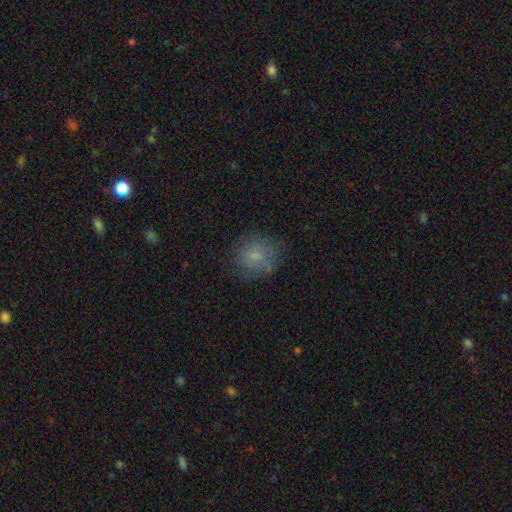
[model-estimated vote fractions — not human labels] A smooth galaxy with no disk features (75%) that is round (81%). Merging: none (75%).